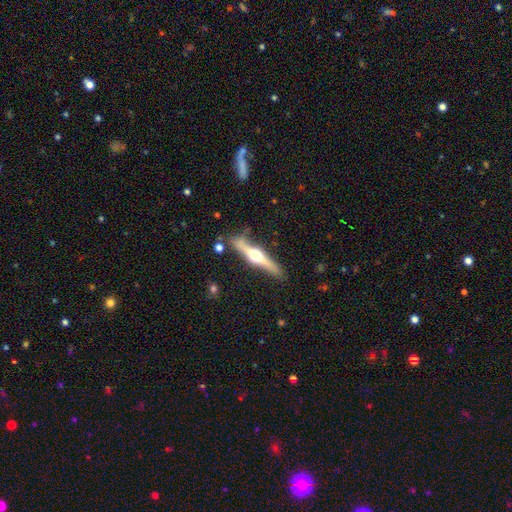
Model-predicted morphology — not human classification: Smooth or featured? Predicted: featured or disk (p=0.74). Edge-on disk? Predicted: yes (p=0.97). Edge-on bulge? Predicted: rounded (p=0.95). Merging? Predicted: none (p=0.82).